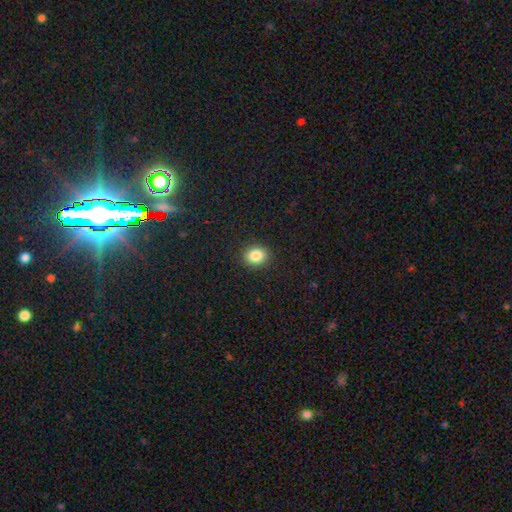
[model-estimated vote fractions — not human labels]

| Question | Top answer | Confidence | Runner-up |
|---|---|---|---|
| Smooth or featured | smooth | 85% | star or artifact (10%) |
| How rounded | round | 67% | in between (33%) |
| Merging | none | 90% | minor disturbance (7%) |